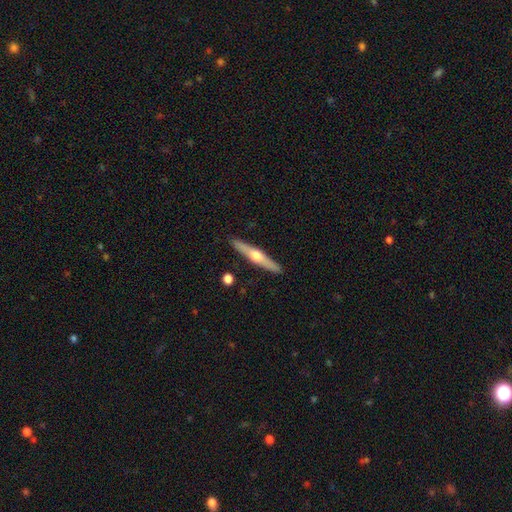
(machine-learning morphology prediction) A featured or disk galaxy (66%) viewed edge-on (97%) with a rounded central bulge (93%).

Vote fractions:
- Smooth or featured? featured or disk: 66% / smooth: 29% / star or artifact: 5%
- Edge-on disk? yes: 97% / no: 3%
- Edge-on bulge? rounded: 93% / none: 5% / boxy: 2%
- Merging? none: 91% / minor disturbance: 6% / merger: 2% / major disturbance: 1%